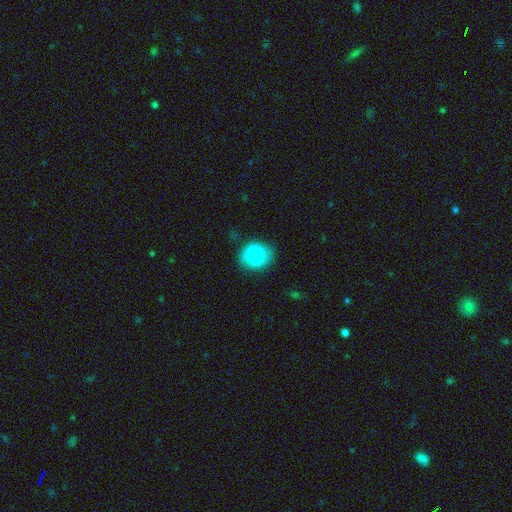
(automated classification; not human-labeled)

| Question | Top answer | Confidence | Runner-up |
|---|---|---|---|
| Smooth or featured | smooth | 62% | featured or disk (31%) |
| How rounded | round | 73% | in between (26%) |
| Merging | none | 64% | minor disturbance (23%) |